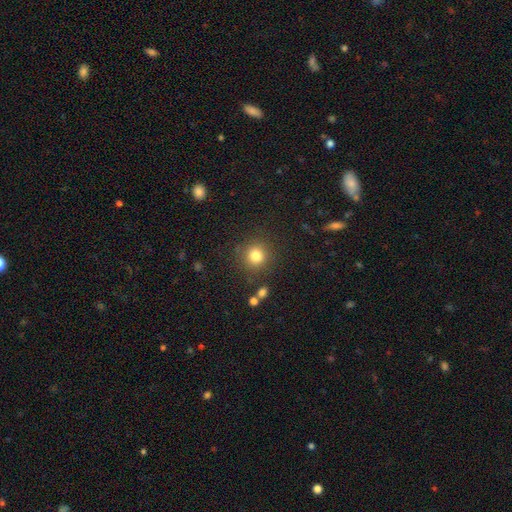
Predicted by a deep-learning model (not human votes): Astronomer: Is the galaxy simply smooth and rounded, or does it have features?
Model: smooth — 82%.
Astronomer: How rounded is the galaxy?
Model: round — 90%.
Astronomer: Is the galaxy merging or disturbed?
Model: none — 84%.